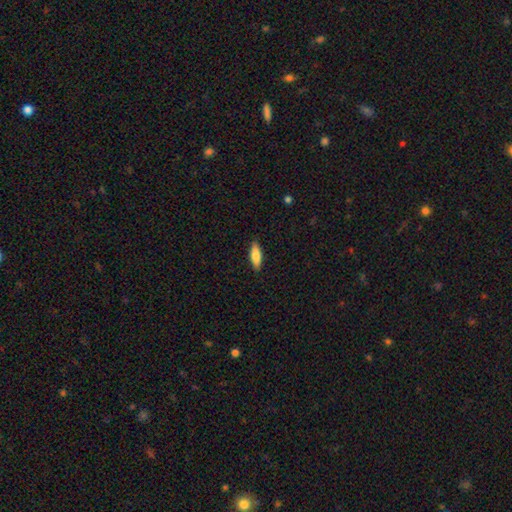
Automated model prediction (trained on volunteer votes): Smooth or featured? smooth (77%)
How rounded? cigar-shaped (50%)
Merging? none (89%)